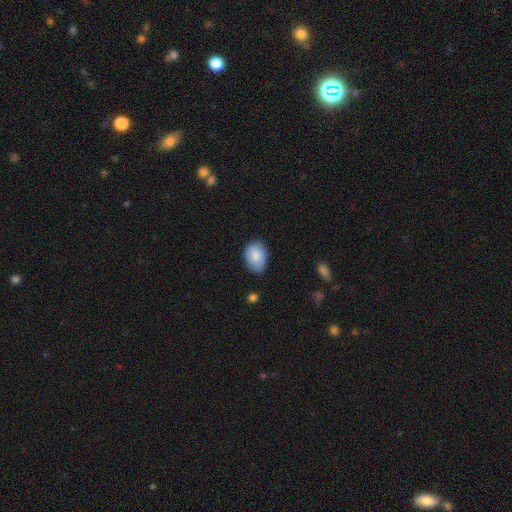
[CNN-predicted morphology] Smooth or featured? smooth (87%)
How rounded? in between (81%)
Merging? none (75%)